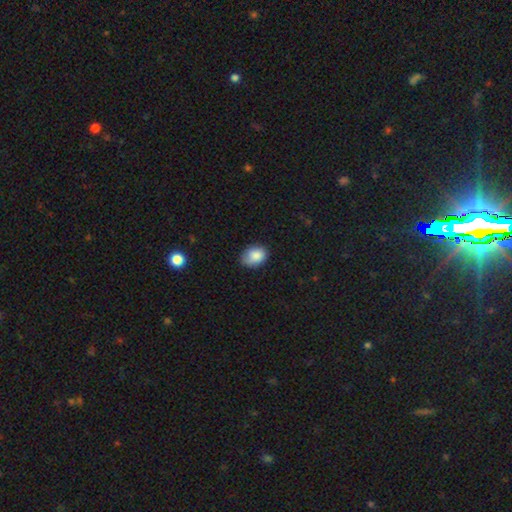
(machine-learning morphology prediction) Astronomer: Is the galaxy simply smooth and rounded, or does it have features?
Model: smooth — 83%.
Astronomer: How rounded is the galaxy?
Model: in between — 66%.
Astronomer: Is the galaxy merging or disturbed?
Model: none — 66%.